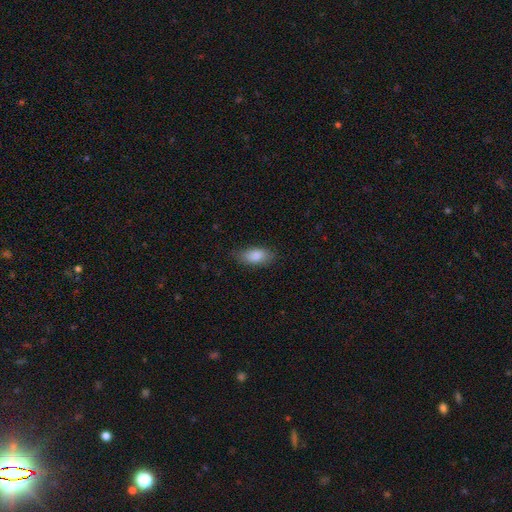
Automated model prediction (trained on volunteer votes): smooth-or-featured: smooth: 87% | star or artifact: 7% | featured or disk: 7%
  how-rounded: in between: 89% | cigar-shaped: 7% | round: 3%
  merging: none: 76% | minor disturbance: 18% | major disturbance: 5% | merger: 1%